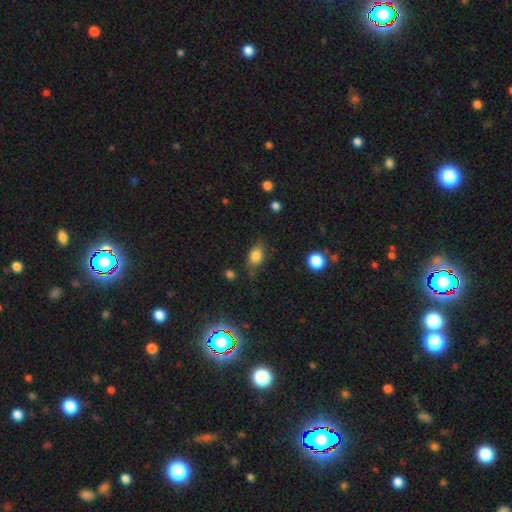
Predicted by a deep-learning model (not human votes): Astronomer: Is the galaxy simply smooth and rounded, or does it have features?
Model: smooth — 78%.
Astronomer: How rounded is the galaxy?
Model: in between — 72%.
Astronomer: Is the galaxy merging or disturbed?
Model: none — 69%.